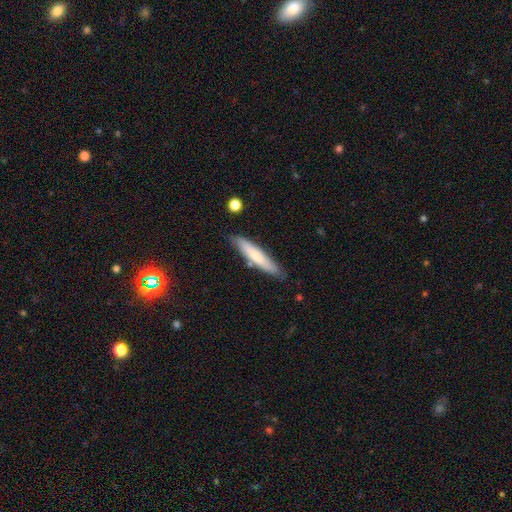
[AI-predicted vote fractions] smooth_or_featured: smooth (p=0.67) [alt: featured or disk p=0.27]
how_rounded: cigar-shaped (p=0.85) [alt: in between p=0.13]
merging: none (p=0.81) [alt: minor disturbance p=0.13]